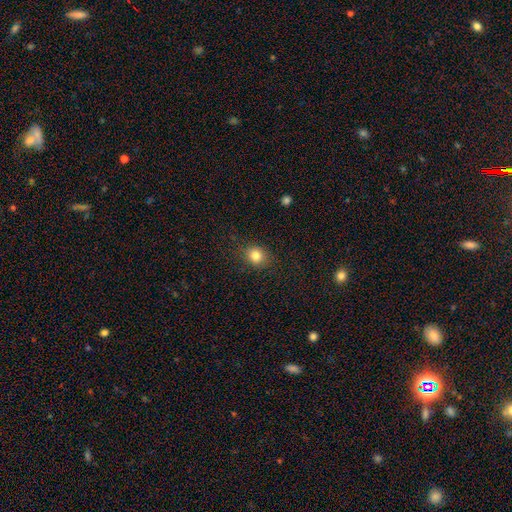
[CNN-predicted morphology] Smooth or featured? Predicted: smooth (p=0.82). How rounded? Predicted: round (p=0.70). Merging? Predicted: none (p=0.85).